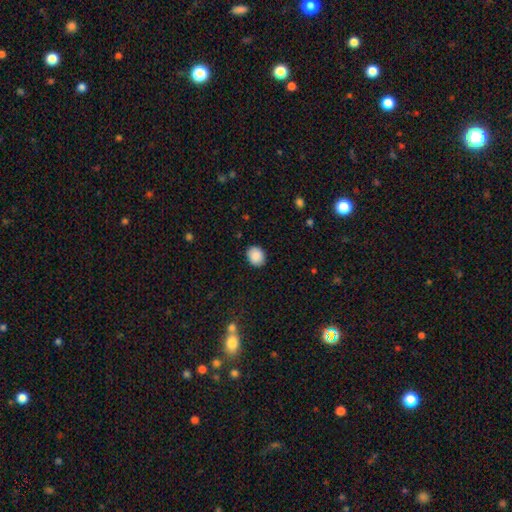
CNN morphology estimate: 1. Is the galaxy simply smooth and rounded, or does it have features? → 89% smooth, 8% star or artifact, 3% featured or disk.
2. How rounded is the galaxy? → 61% round, 38% in between, 1% cigar-shaped.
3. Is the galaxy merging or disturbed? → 89% none, 8% minor disturbance, 2% major disturbance, 1% merger.